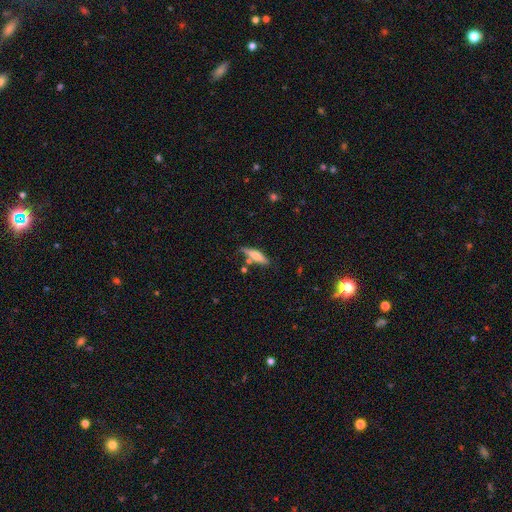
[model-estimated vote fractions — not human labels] smooth 57%, featured or disk 36%, star or artifact 7%. Down the decision tree: how rounded — cigar-shaped (74%); merging — none (68%).